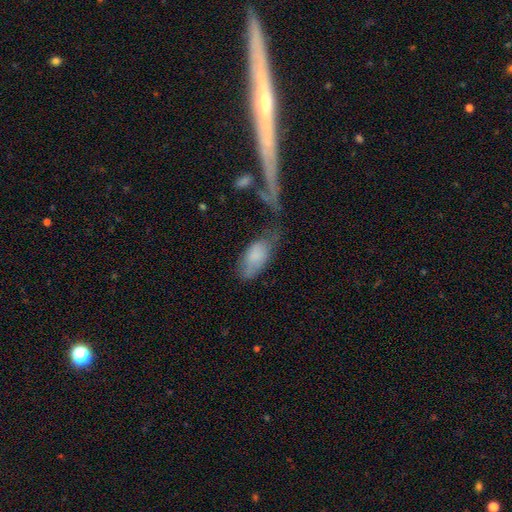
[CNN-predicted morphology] This is likely a smooth galaxy (74%). How rounded: clearly in between (89%). Merging: marginally none (35%).